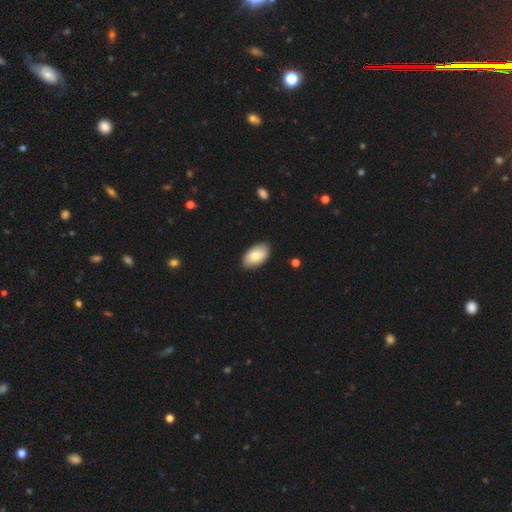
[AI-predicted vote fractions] This is clearly a smooth galaxy (80%). How rounded: clearly in between (95%). Merging: clearly none (87%).